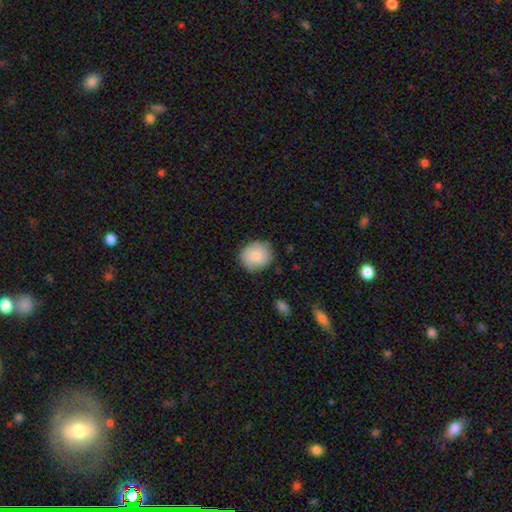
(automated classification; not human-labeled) Q: Smooth or featured?
A: smooth (78%); runner-up: featured or disk (15%)
Q: How rounded?
A: round (81%); runner-up: in between (18%)
Q: Merging?
A: none (74%); runner-up: minor disturbance (21%)